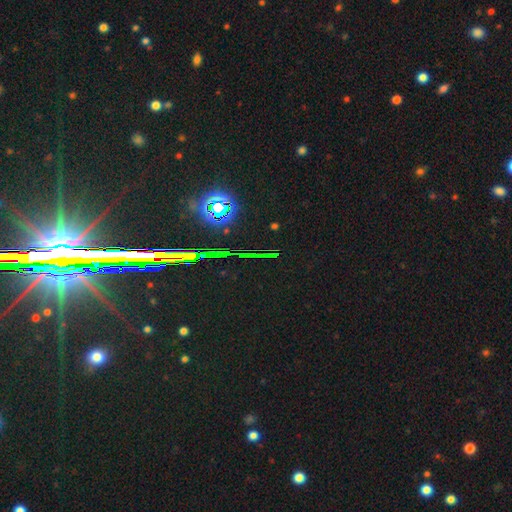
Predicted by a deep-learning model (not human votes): Smooth or featured? star or artifact (83%)